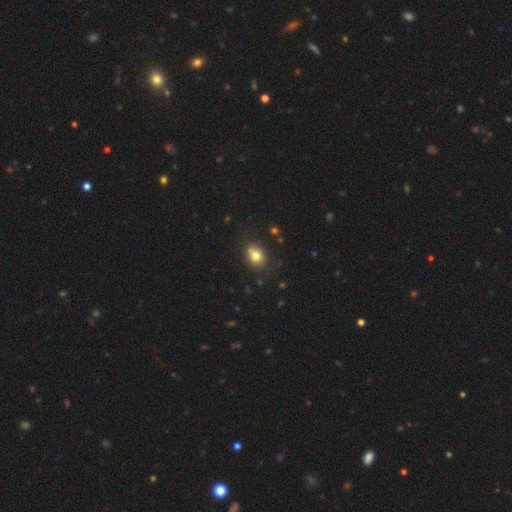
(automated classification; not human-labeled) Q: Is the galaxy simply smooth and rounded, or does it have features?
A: smooth — 76%.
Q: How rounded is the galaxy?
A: round — 51%.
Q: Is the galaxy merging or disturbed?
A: none — 66%.